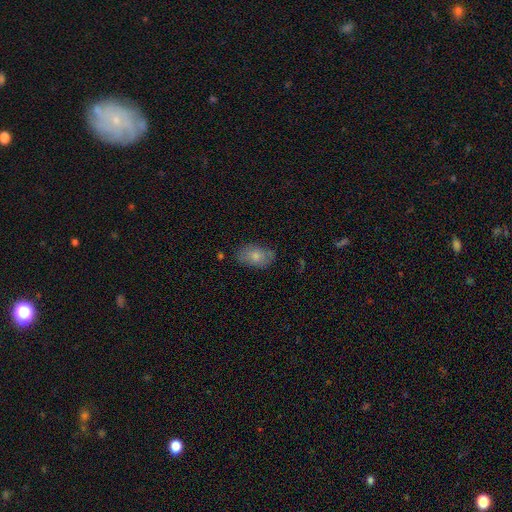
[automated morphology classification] Overall: smooth (74%). How rounded: in between (90%). Merging: none (70%).